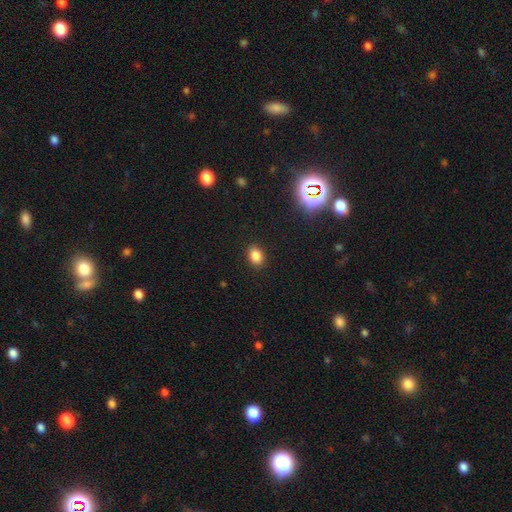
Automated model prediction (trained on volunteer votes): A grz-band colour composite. It shows a smooth galaxy with no disk features (83%) that is in between round and cigar-shaped (70%). Merging: none (89%).